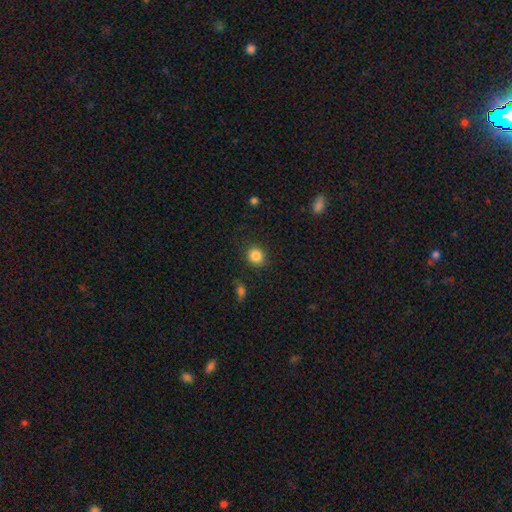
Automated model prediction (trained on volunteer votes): The model was most divided on "how rounded": round: 86%, in between: 13%, cigar-shaped: 1%. More confident: merging — none (88%); smooth or featured — smooth (85%).